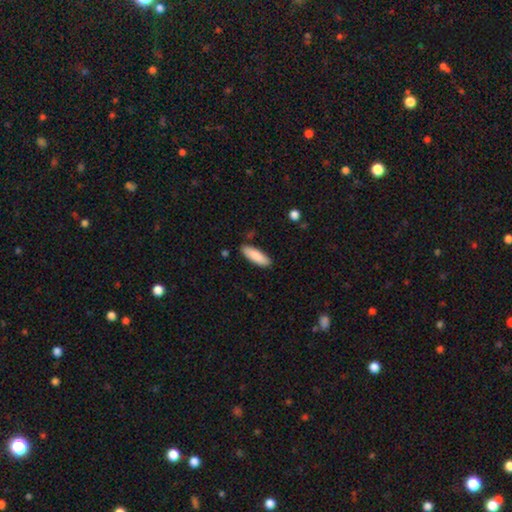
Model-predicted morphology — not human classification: Smooth or featured: smooth — 88% (featured or disk — 7%)
How rounded: in between — 54% (cigar-shaped — 45%)
Merging: none — 86% (minor disturbance — 10%)